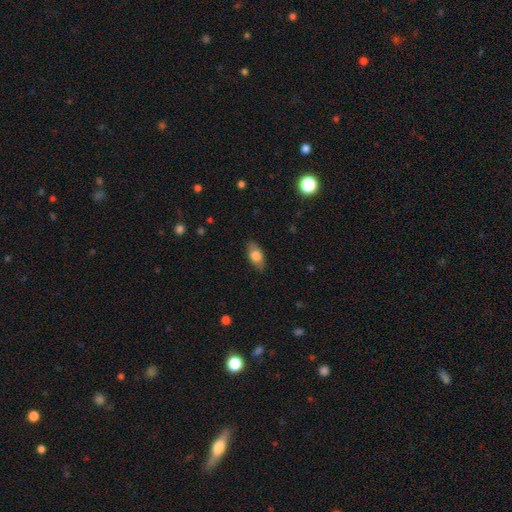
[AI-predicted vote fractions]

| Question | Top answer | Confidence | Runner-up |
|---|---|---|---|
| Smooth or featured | smooth | 76% | featured or disk (17%) |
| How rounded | in between | 88% | cigar-shaped (6%) |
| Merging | none | 84% | minor disturbance (12%) |